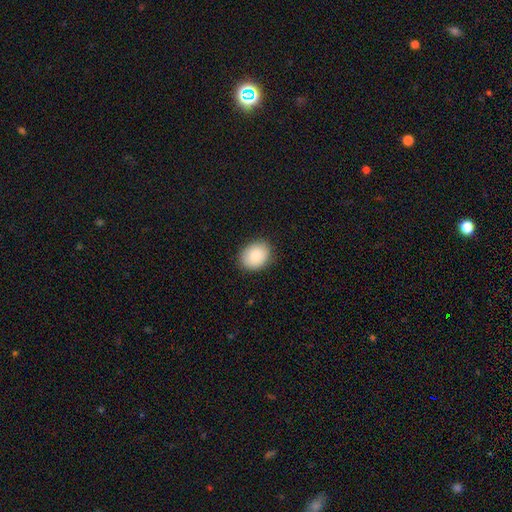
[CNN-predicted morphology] Smooth or featured? smooth (84%)
How rounded? round (54%)
Merging? none (88%)